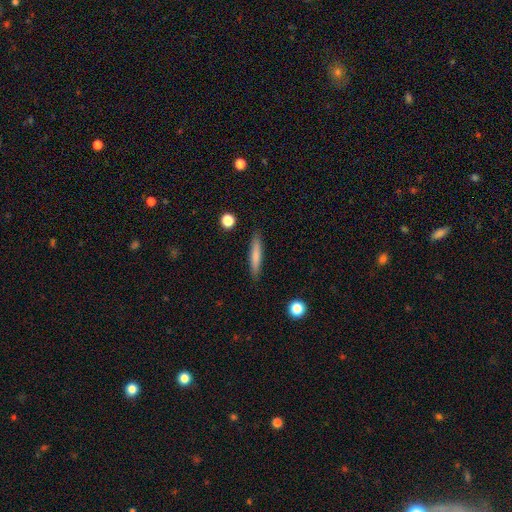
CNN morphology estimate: A smooth galaxy with no disk features (76%) that is cigar-shaped (91%).

Vote fractions:
- Smooth or featured? smooth: 76% / featured or disk: 18% / star or artifact: 7%
- How rounded? cigar-shaped: 91% / in between: 7% / round: 1%
- Merging? none: 89% / minor disturbance: 8% / major disturbance: 2% / merger: 1%